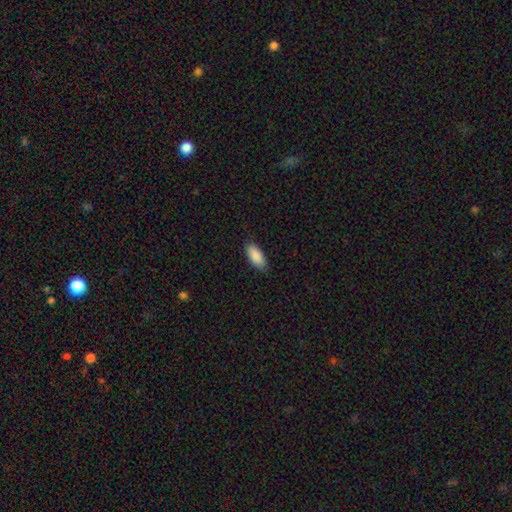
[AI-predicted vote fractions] This appears to be a smooth galaxy with no disk features (90%) that is in between round and cigar-shaped (88%). Merging: none (83%).